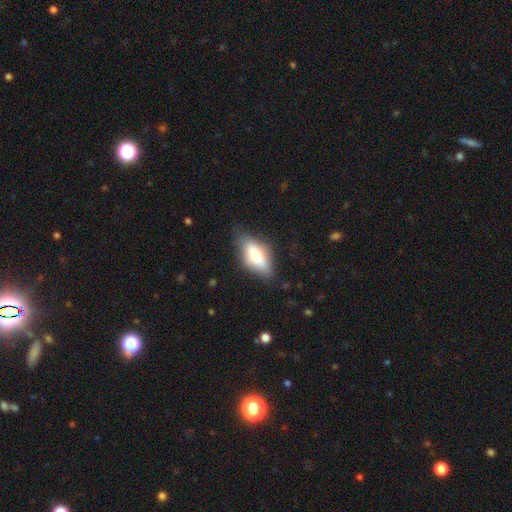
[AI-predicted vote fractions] Smooth or featured? Predicted: smooth (p=0.72). How rounded? Predicted: in between (p=0.80). Merging? Predicted: none (p=0.73).